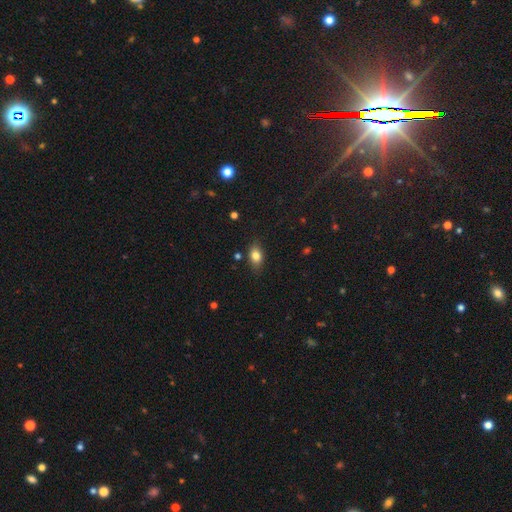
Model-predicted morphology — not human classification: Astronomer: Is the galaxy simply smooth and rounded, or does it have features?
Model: smooth — 79%.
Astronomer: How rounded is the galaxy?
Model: in between — 82%.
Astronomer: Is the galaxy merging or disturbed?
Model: none — 81%.